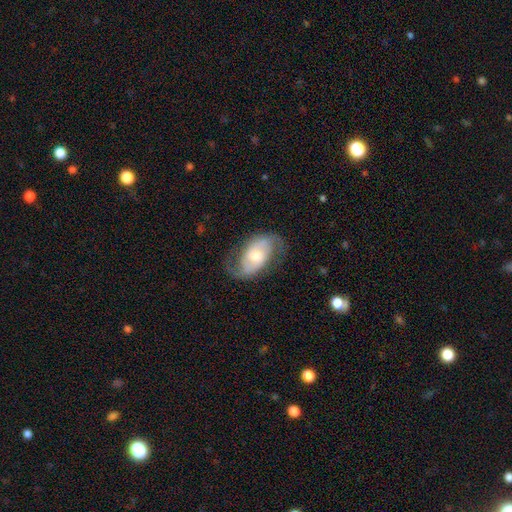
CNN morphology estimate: Overall: featured or disk (77%). Edge-on disk: no (96%). Bar: no (58%; weak 32%). Spiral arms: yes (91%). Spiral arm count: 2 (88%). Spiral winding: medium (43%; loose 39%). Bulge size: moderate (62%; small 28%). Merging: none (71%).